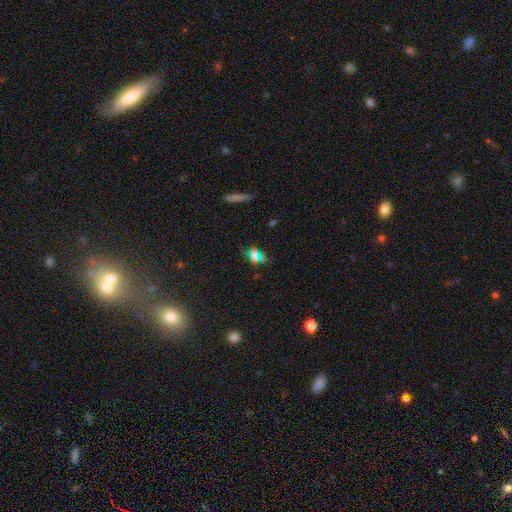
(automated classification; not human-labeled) Smooth or featured?
  - smooth: 49% *
  - star or artifact: 38%
  - featured or disk: 12%
Merging?
  - none: 71% *
  - minor disturbance: 15%
  - major disturbance: 7%
  - merger: 6%